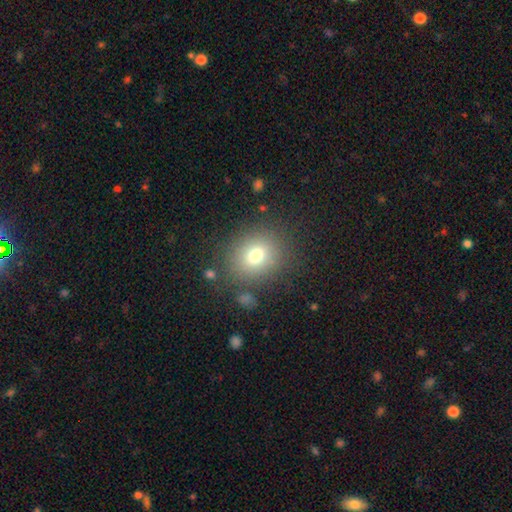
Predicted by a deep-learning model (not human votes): A smooth galaxy with no disk features (73%) that is round (67%). Merging: none (81%).